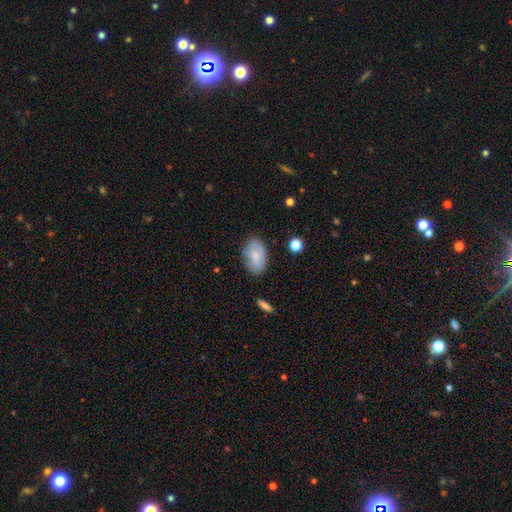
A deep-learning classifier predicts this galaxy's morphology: Smooth or featured? Predicted: smooth (p=0.75). How rounded? Predicted: in between (p=0.91). Merging? Predicted: none (p=0.73).